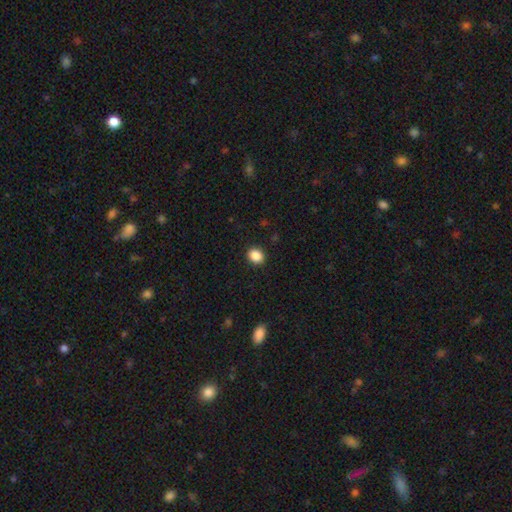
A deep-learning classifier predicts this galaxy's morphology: The model was most divided on "how rounded": round: 55%, in between: 44%, cigar-shaped: 1%. More confident: merging — none (91%); smooth or featured — smooth (88%).